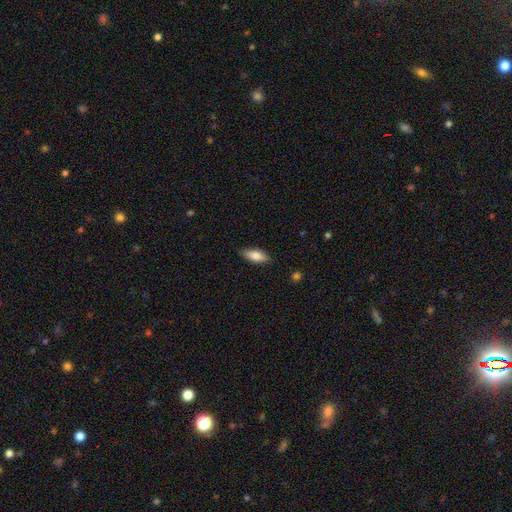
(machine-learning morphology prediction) smooth 79%, featured or disk 14%, star or artifact 6%. Down the decision tree: how rounded — in between (77%); merging — none (85%).